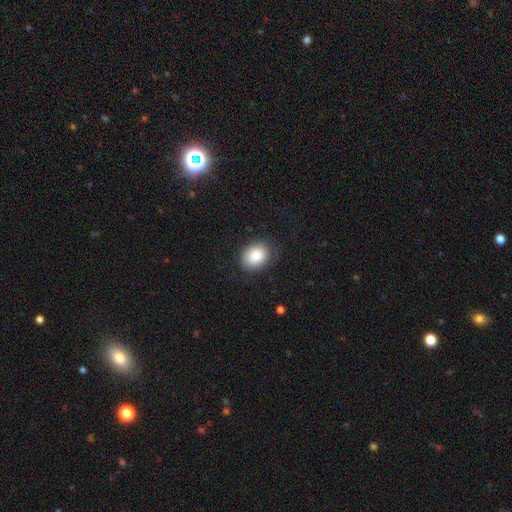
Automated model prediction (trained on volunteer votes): Overall: smooth (83%). How rounded: in between (57%; round 42%). Merging: none (74%).